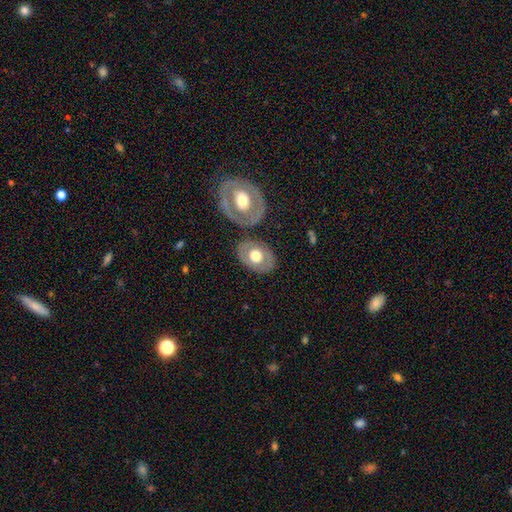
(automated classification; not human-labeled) Overall: smooth (52%; featured or disk 43%). How rounded: in between (73%). Merging: none (73%).